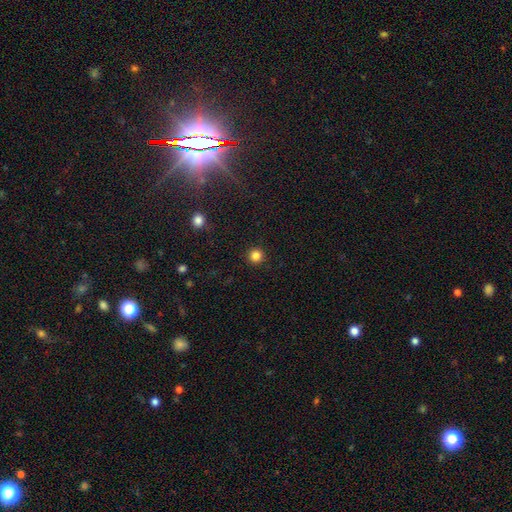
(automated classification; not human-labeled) The model was most divided on "smooth or featured": smooth: 84%, star or artifact: 12%, featured or disk: 4%. More confident: how rounded — round (96%); merging — none (93%).